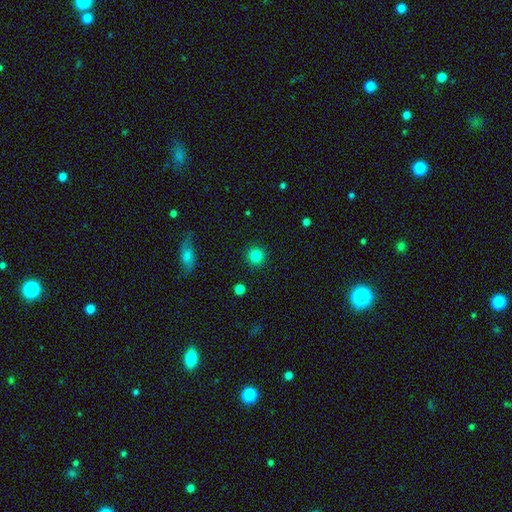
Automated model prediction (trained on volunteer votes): Smooth or featured? Predicted: smooth (p=0.84). How rounded? Predicted: round (p=0.94). Merging? Predicted: none (p=0.92).